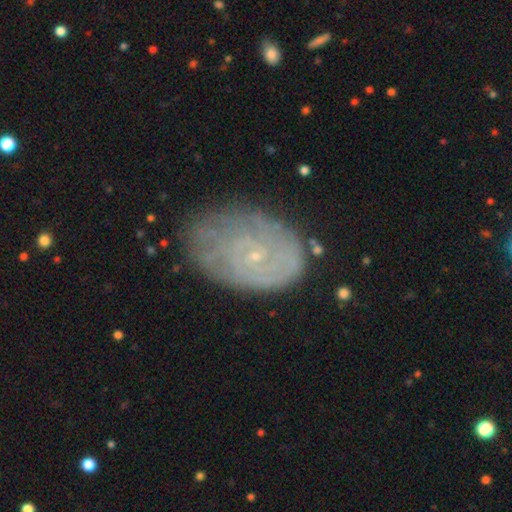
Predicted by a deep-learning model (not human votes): smooth-or-featured: featured or disk: 67% | smooth: 24% | star or artifact: 9%
  disk-edge-on: no: 96% | yes: 4%
    bar: no: 82% | weak: 16% | strong: 3%
    has-spiral-arms: yes: 78% | no: 22%
      spiral-winding: tight: 73% | medium: 20% | loose: 7%
      spiral-arm-count: can't tell: 61% | 2: 13% | 3: 8% | 4: 7% | more than 4: 6% | 1: 5%
    bulge-size: small: 87% | moderate: 8% | none: 4% | large: 1% | dominant: 1%
  merging: none: 68% | minor disturbance: 22% | major disturbance: 7% | merger: 2%